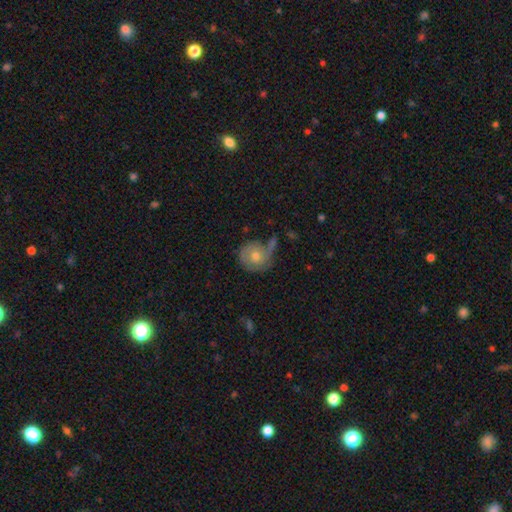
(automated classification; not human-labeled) smooth-or-featured: featured or disk: 51% | smooth: 40% | star or artifact: 9%
  disk-edge-on: no: 97% | yes: 3%
  merging: none: 58% | minor disturbance: 22% | major disturbance: 12% | merger: 9%